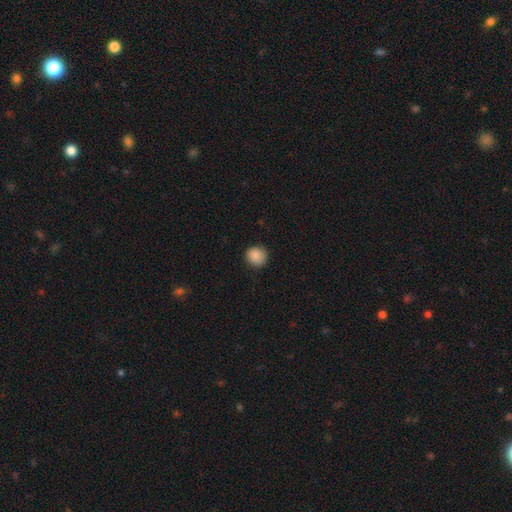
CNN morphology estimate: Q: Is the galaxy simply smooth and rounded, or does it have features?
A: smooth — 88%.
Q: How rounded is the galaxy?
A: round — 89%.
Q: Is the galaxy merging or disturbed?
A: none — 89%.